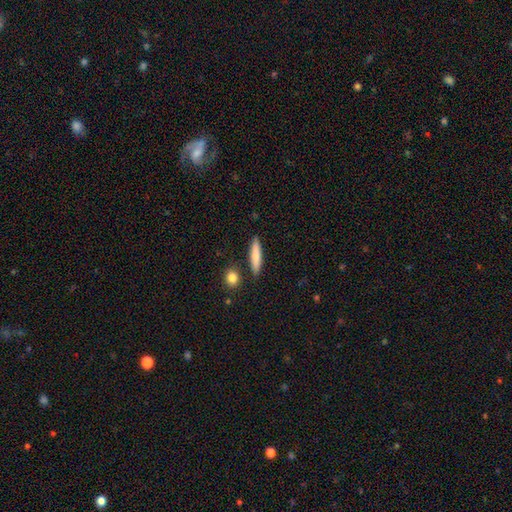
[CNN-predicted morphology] Smooth or featured?
  - smooth: 77% *
  - featured or disk: 17%
  - star or artifact: 6%
How rounded?
  - cigar-shaped: 85% *
  - in between: 13%
  - round: 2%
Merging?
  - none: 87% *
  - minor disturbance: 8%
  - merger: 3%
  - major disturbance: 2%